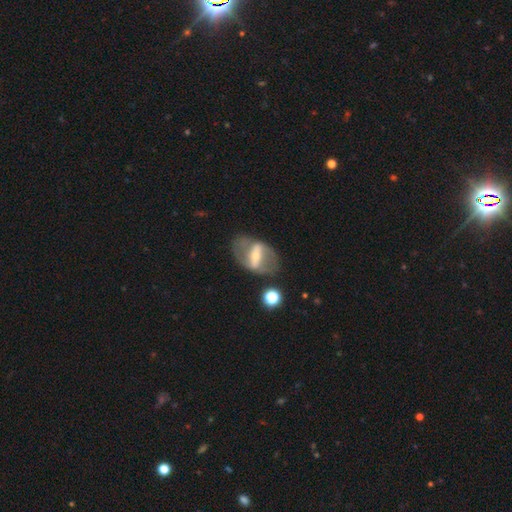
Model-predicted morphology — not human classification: The model was most divided on "bulge size": small: 46%, moderate: 38%, large: 8%, none: 6%, dominant: 2%. More confident: edge-on disk — no (88%); bar — strong (74%); smooth or featured — featured or disk (72%); merging — none (68%); spiral arms — no (55%).